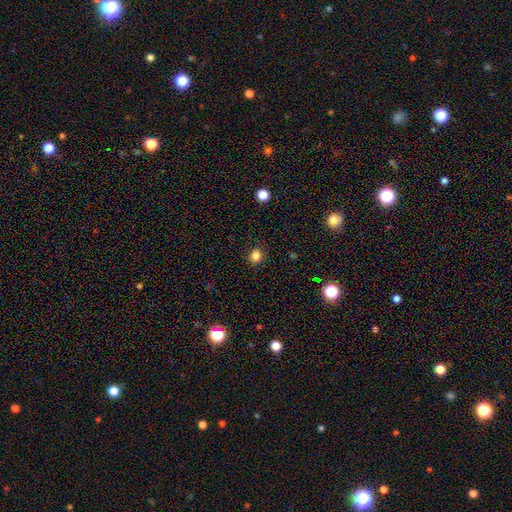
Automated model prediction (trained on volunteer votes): smooth-or-featured: smooth: 83% | star or artifact: 13% | featured or disk: 4%
  how-rounded: round: 73% | in between: 26% | cigar-shaped: 1%
  merging: none: 88% | minor disturbance: 8% | major disturbance: 3% | merger: 1%